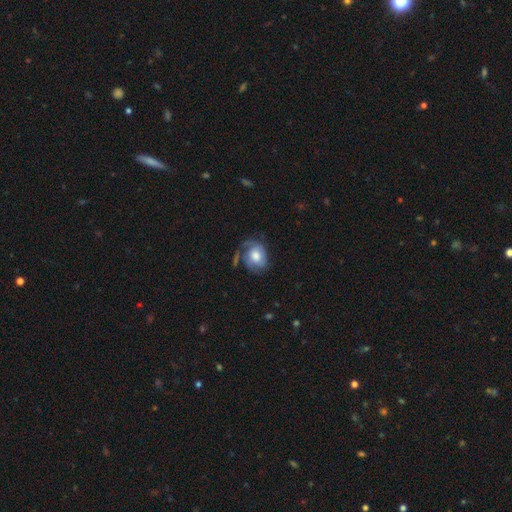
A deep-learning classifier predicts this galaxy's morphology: Smooth or featured? featured or disk (56%)
Edge-on disk? no (97%)
Bar? no (73%)
Spiral arms? yes (84%)
Bulge size? moderate (50%)
Merging? none (51%)